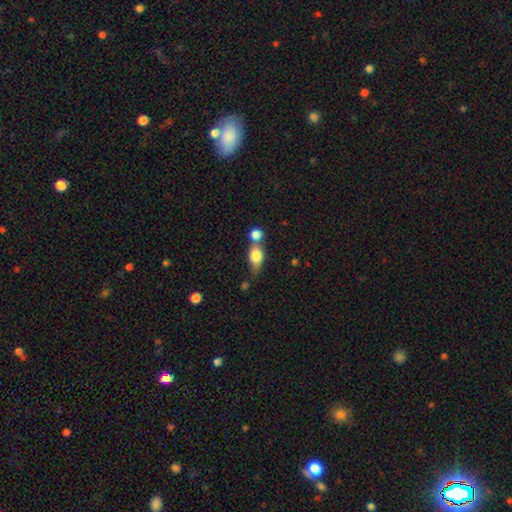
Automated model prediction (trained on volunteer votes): A smooth galaxy with no disk features (78%) that is in between round and cigar-shaped (67%).

Vote fractions:
- Smooth or featured? smooth: 78% / featured or disk: 14% / star or artifact: 8%
- How rounded? in between: 67% / round: 26% / cigar-shaped: 6%
- Merging? merger: 48% / none: 32% / minor disturbance: 13% / major disturbance: 6%